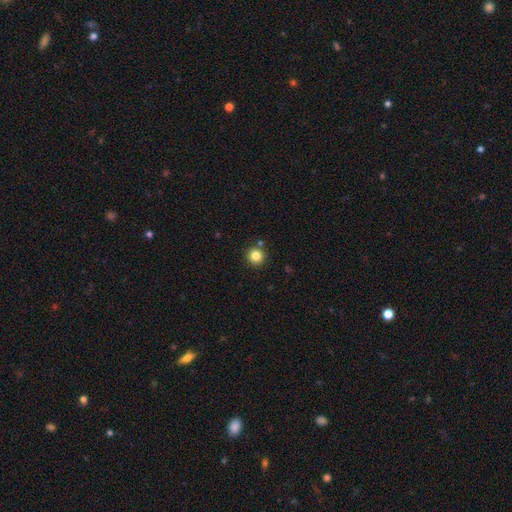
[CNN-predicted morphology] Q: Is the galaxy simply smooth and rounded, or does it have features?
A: smooth — 83%.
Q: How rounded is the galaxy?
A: round — 95%.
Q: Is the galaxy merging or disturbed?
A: none — 87%.